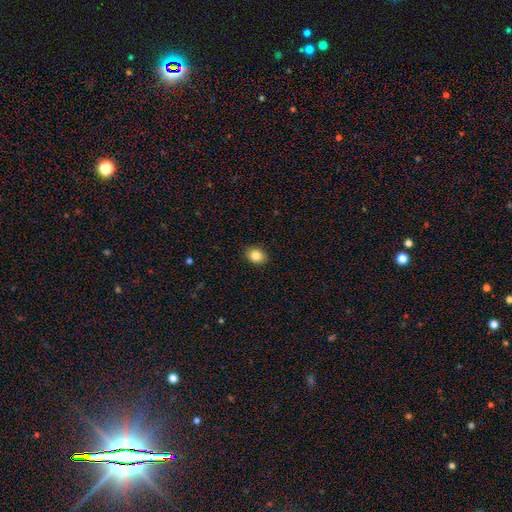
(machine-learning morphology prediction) type=smooth (84%); roundness=in between (60%); merging=none (88%).